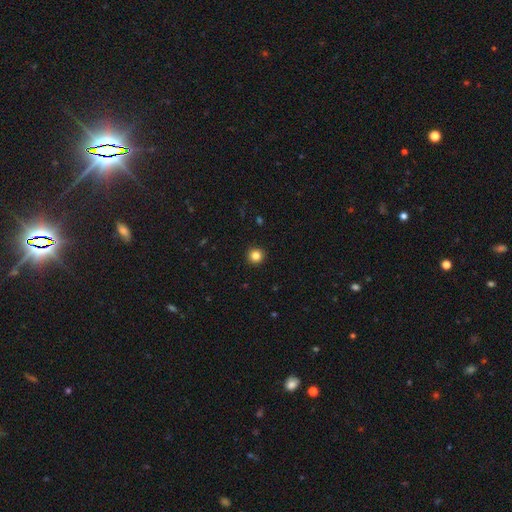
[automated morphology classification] smooth-or-featured: smooth: 84% | star or artifact: 12% | featured or disk: 5%
  how-rounded: round: 96% | in between: 3% | cigar-shaped: 1%
  merging: none: 94% | minor disturbance: 4% | major disturbance: 1% | merger: 1%